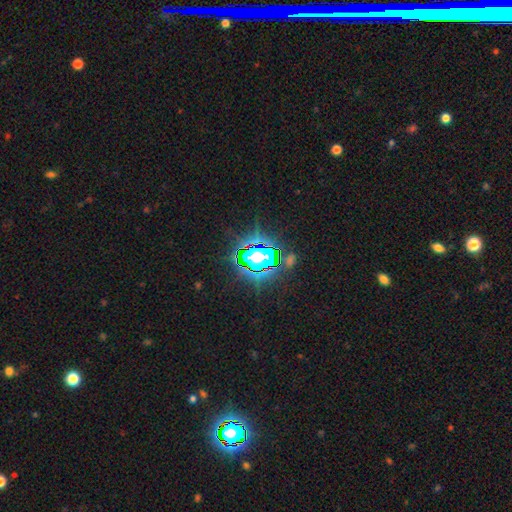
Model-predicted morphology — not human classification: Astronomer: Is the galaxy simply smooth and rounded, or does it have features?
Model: star or artifact — 74%.